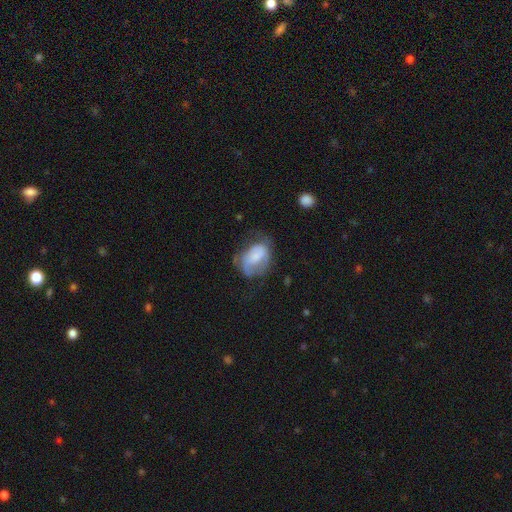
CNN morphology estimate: A smooth galaxy with no disk features (55%) that is in between round and cigar-shaped (81%). Merging: none (35%).